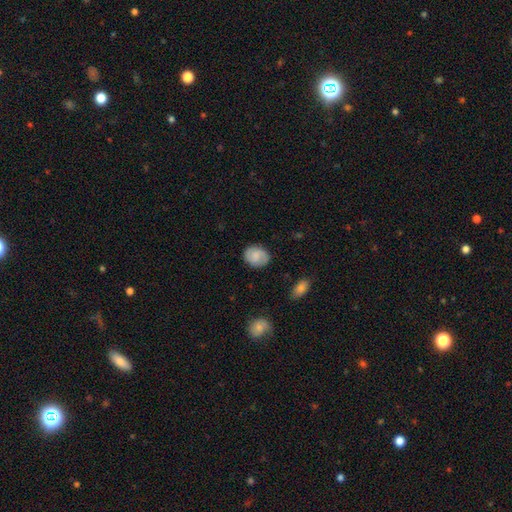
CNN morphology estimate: This is likely a smooth galaxy (63%). How rounded: possibly round (54%). Merging: clearly none (82%).